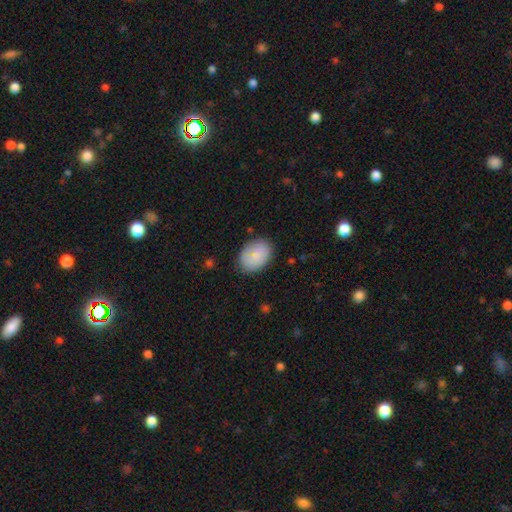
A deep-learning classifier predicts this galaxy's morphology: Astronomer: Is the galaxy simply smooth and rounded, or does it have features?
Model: smooth — 84%.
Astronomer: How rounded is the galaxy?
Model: in between — 78%.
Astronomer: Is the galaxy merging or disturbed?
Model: none — 83%.